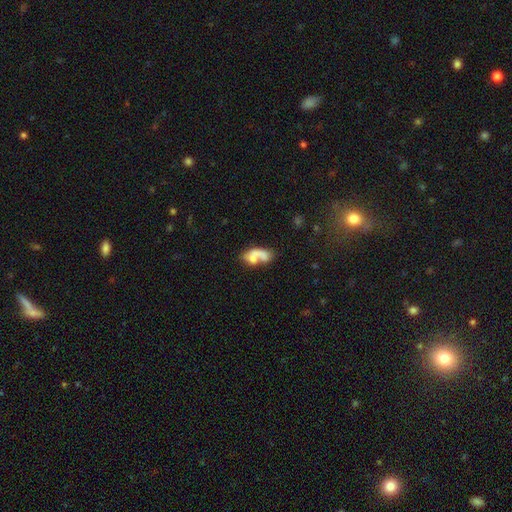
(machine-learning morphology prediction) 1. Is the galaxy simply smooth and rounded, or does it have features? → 55% smooth, 35% featured or disk, 10% star or artifact.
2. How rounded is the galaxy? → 79% in between, 14% round, 8% cigar-shaped.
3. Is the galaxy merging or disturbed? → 47% merger, 24% none, 17% major disturbance, 12% minor disturbance.